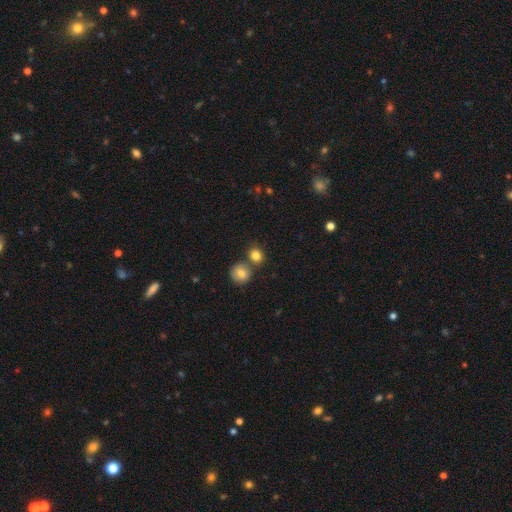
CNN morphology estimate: Smooth or featured: smooth — 83% (star or artifact — 11%)
How rounded: round — 80% (in between — 19%)
Merging: none — 62% (merger — 27%)